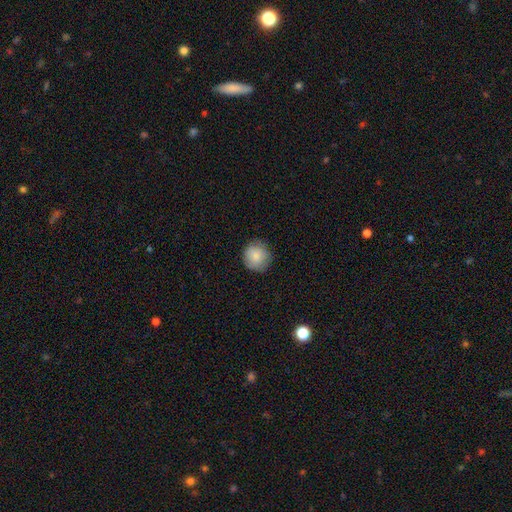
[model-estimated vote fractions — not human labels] Smooth or featured? Predicted: smooth (p=0.85). How rounded? Predicted: round (p=0.92). Merging? Predicted: none (p=0.82).